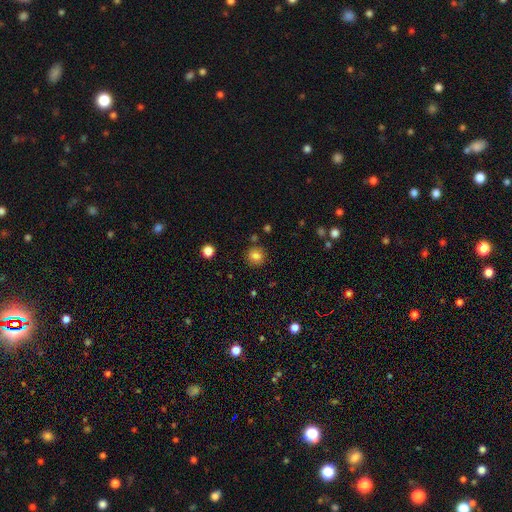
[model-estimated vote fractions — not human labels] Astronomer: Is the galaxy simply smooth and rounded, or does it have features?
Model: smooth — 83%.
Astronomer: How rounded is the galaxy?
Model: round — 90%.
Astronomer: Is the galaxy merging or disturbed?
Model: none — 87%.